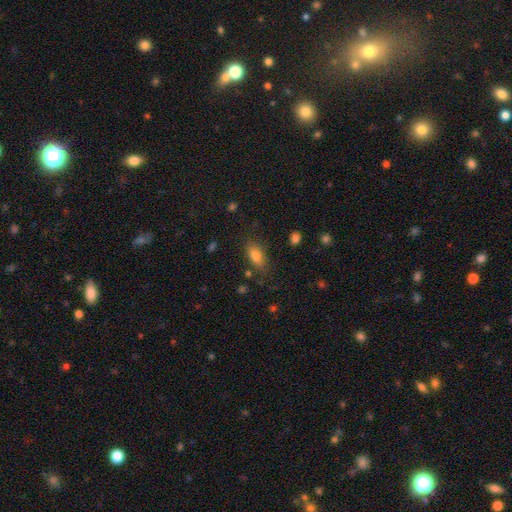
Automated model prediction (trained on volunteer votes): smooth-or-featured: smooth: 79% | featured or disk: 12% | star or artifact: 9%
  how-rounded: in between: 83% | cigar-shaped: 12% | round: 5%
  merging: none: 77% | minor disturbance: 15% | major disturbance: 5% | merger: 3%